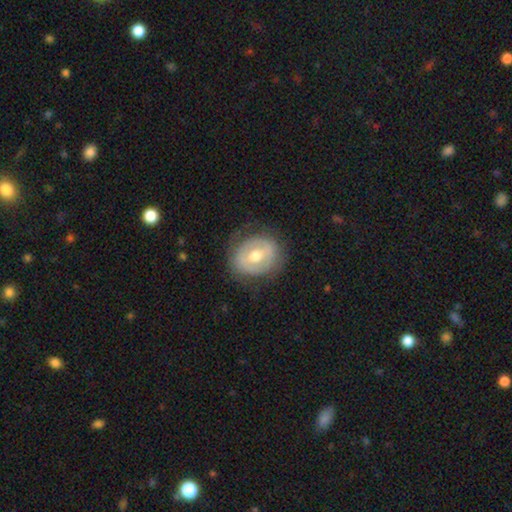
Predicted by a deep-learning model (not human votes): smooth-or-featured: featured or disk: 52% | smooth: 42% | star or artifact: 6%
  disk-edge-on: no: 95% | yes: 5%
  merging: none: 76% | minor disturbance: 16% | major disturbance: 7% | merger: 1%